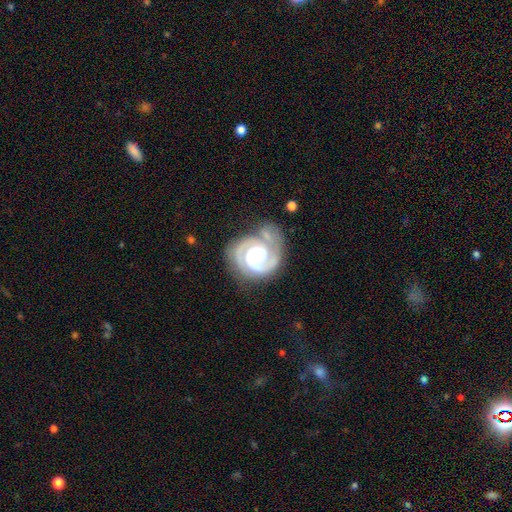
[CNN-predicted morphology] featured or disk 89%, smooth 7%, star or artifact 4%. Down the decision tree: edge-on disk — no (98%); bar — no (54%); spiral arms — yes (97%); spiral arm count — 2 (85%); spiral winding — tight (58%); bulge size — moderate (47%); merging — none (66%).